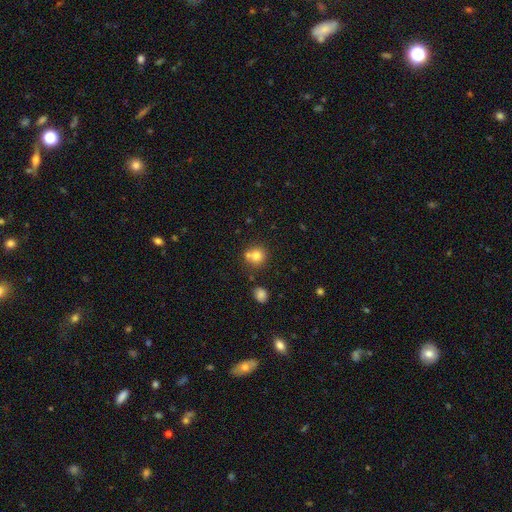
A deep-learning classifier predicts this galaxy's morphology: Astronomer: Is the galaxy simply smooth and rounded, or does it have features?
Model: smooth — 76%.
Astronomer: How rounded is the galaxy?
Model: round — 87%.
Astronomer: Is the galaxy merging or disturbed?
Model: none — 57%.